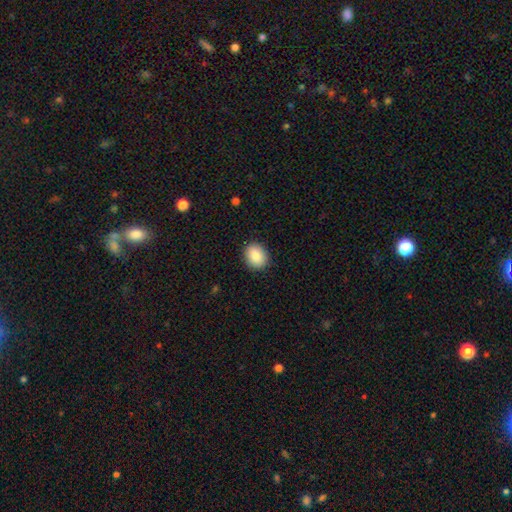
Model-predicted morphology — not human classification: Smooth or featured: smooth — 87% (star or artifact — 7%)
How rounded: in between — 52% (round — 48%)
Merging: none — 90% (minor disturbance — 7%)